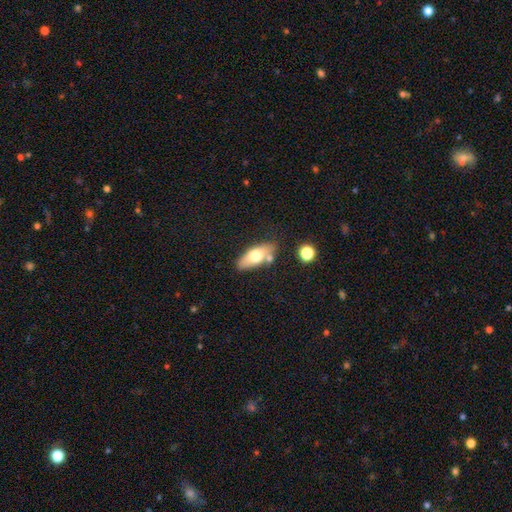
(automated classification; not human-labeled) Smooth or featured? Predicted: smooth (p=0.64). How rounded? Predicted: in between (p=0.79). Merging? Predicted: none (p=0.70).